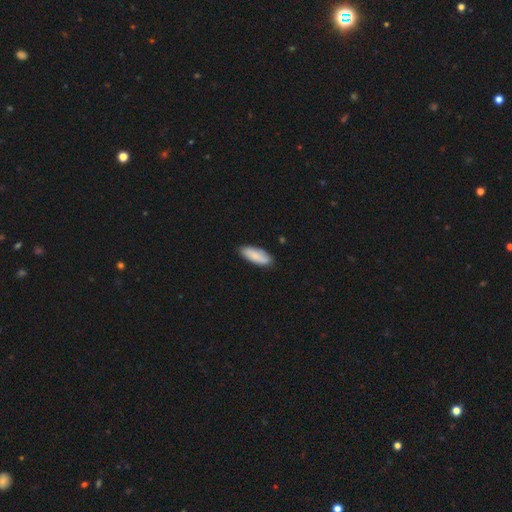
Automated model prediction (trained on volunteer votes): Q: Smooth or featured?
A: smooth (84%); runner-up: featured or disk (10%)
Q: How rounded?
A: in between (71%); runner-up: cigar-shaped (27%)
Q: Merging?
A: none (85%); runner-up: minor disturbance (12%)